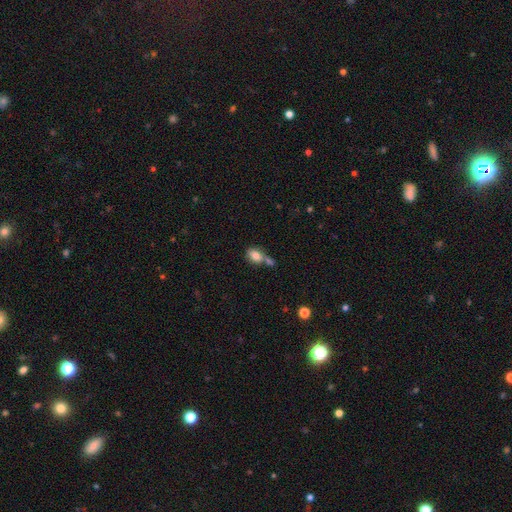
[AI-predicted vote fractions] This appears to be a smooth galaxy with no disk features (79%) that is in between round and cigar-shaped (71%). Merging: merger (40%).